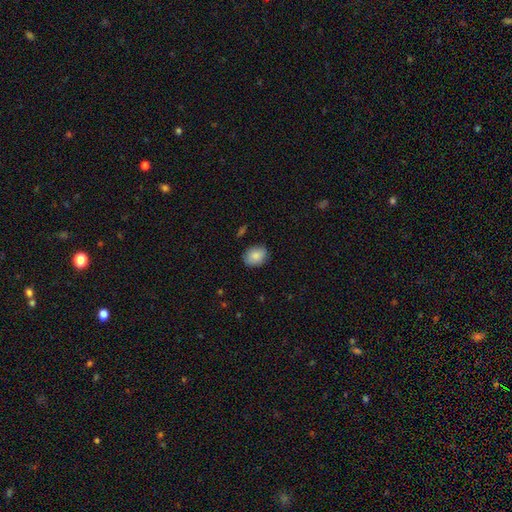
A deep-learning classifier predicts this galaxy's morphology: type=smooth (86%); roundness=in between (64%); merging=none (84%).